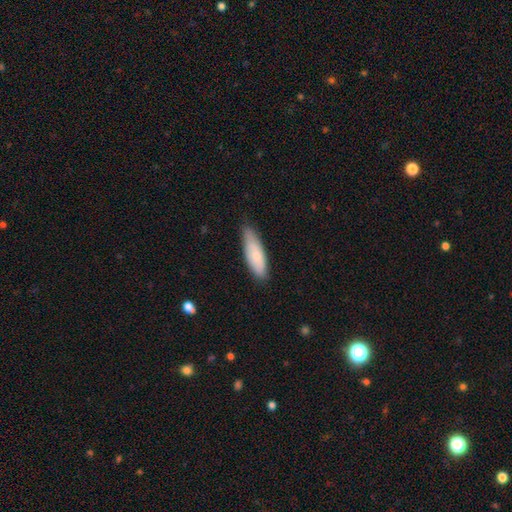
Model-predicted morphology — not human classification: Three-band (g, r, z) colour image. It shows a smooth galaxy with no disk features (73%) that is in between round and cigar-shaped (54%). Merging: none (73%).